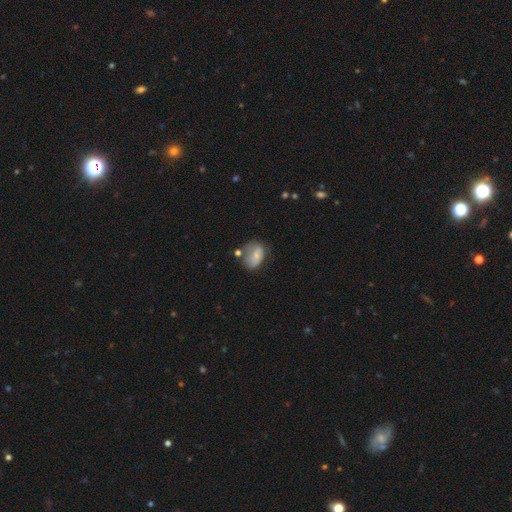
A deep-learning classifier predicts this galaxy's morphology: Q: Smooth or featured?
A: smooth (63%); runner-up: featured or disk (28%)
Q: How rounded?
A: in between (76%); runner-up: round (23%)
Q: Merging?
A: none (41%); runner-up: minor disturbance (32%)